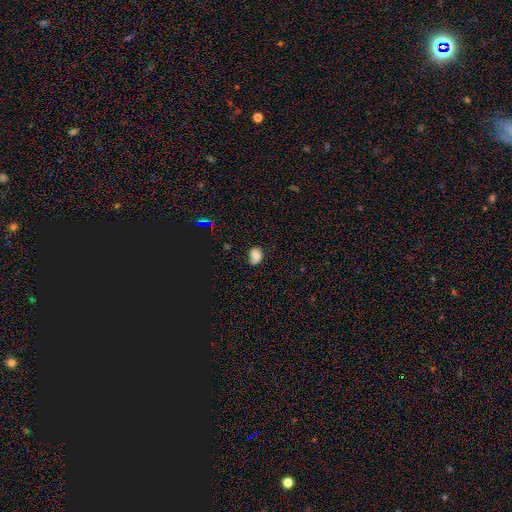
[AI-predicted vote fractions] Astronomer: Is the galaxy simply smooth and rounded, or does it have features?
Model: smooth — 75%.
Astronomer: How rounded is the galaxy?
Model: in between — 53% (runner-up: round, 46%).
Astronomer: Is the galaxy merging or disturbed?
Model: none — 59%.